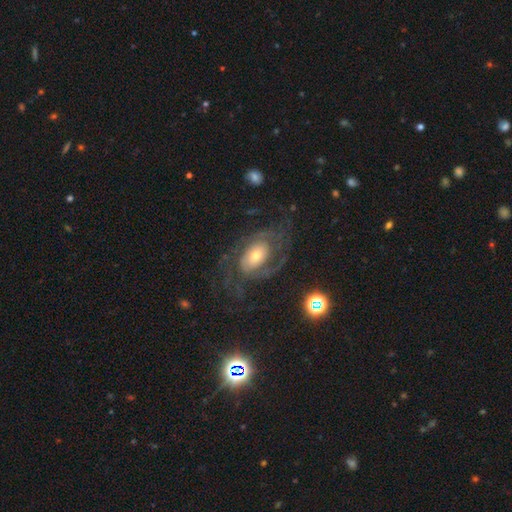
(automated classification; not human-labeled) Q: Smooth or featured?
A: featured or disk (79%); runner-up: smooth (14%)
Q: Edge-on disk?
A: no (96%); runner-up: yes (4%)
Q: Bar?
A: no (66%); runner-up: weak (26%)
Q: Spiral arms?
A: yes (88%); runner-up: no (12%)
Q: Spiral winding?
A: medium (41%); runner-up: tight (40%)
Q: Spiral arm count?
A: 2 (33%); runner-up: can't tell (30%)
Q: Bulge size?
A: moderate (51%); runner-up: small (34%)
Q: Merging?
A: none (58%); runner-up: major disturbance (24%)